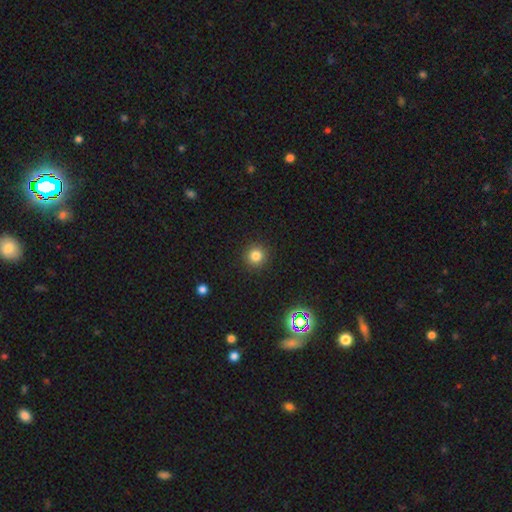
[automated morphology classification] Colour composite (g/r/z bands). It shows a smooth galaxy with no disk features (80%) that is round (94%). Merging: none (92%).